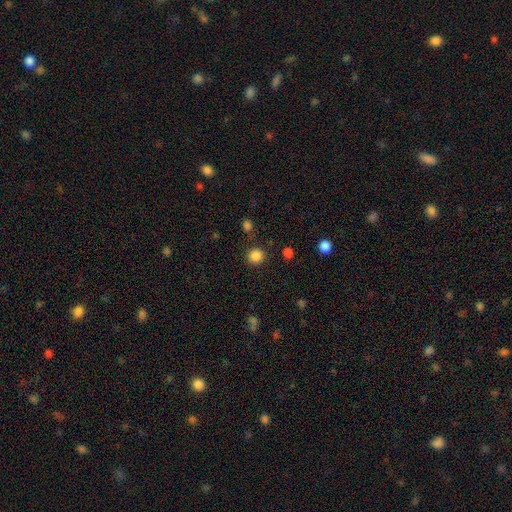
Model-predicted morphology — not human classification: A smooth galaxy with no disk features (85%) that is round (91%).

Vote fractions:
- Smooth or featured? smooth: 85% / star or artifact: 12% / featured or disk: 3%
- How rounded? round: 91% / in between: 8% / cigar-shaped: 1%
- Merging? none: 86% / minor disturbance: 8% / major disturbance: 3% / merger: 3%